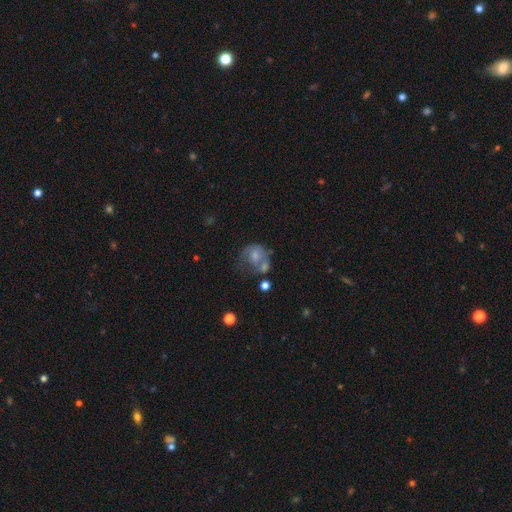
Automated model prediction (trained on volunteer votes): The model was most divided on "merging": merger: 31%, major disturbance: 26%, none: 24%, minor disturbance: 19%. More confident: how rounded — round (57%); smooth or featured — smooth (53%).